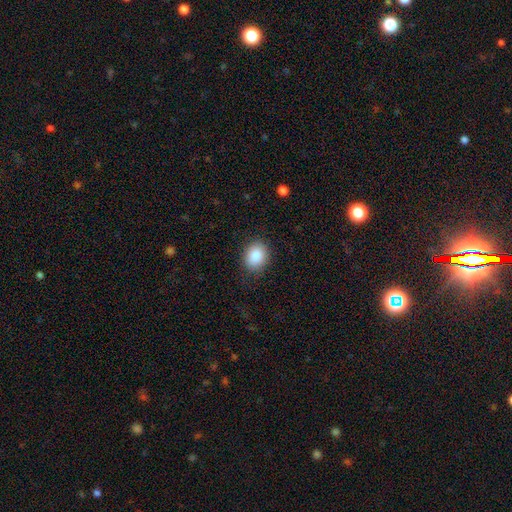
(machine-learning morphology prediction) Overall: smooth (88%). How rounded: in between (55%; round 44%). Merging: none (85%).